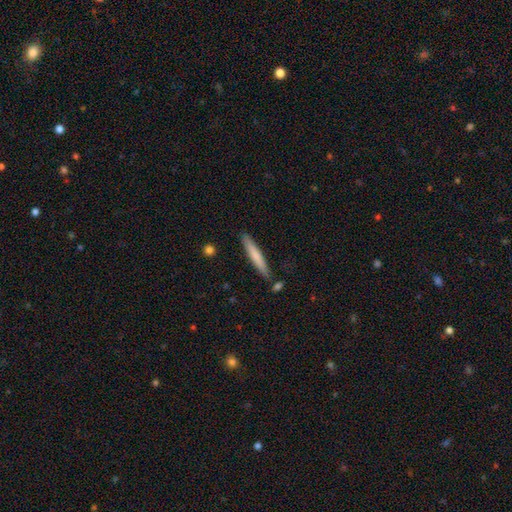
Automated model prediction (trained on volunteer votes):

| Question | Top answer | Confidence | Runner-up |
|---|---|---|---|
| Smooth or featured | smooth | 72% | featured or disk (23%) |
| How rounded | cigar-shaped | 95% | in between (4%) |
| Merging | none | 86% | minor disturbance (9%) |